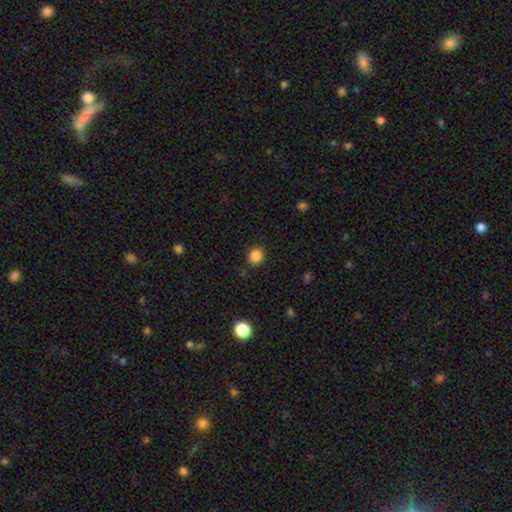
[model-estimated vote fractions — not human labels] This is clearly a smooth galaxy (85%). How rounded: clearly round (85%). Merging: clearly none (87%).